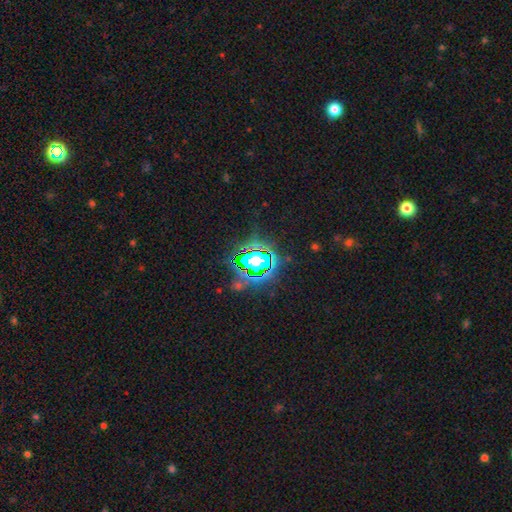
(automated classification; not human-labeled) Overall: star or artifact (82%).